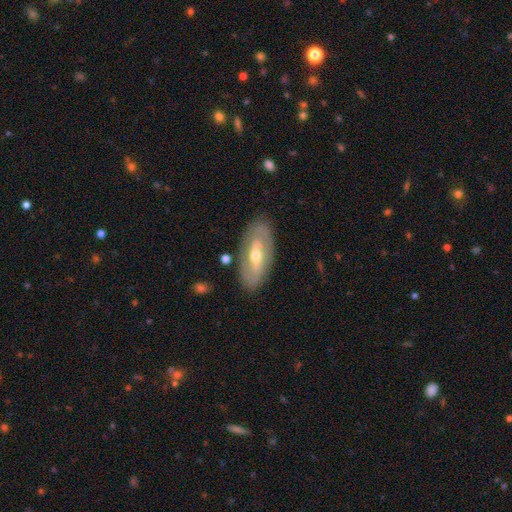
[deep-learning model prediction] Smooth or featured? featured or disk (68%)
Edge-on disk? no (85%)
Bar? no (36%, tied with weak)
Spiral arms? yes (52%)
Bulge size? moderate (58%)
Merging? none (83%)